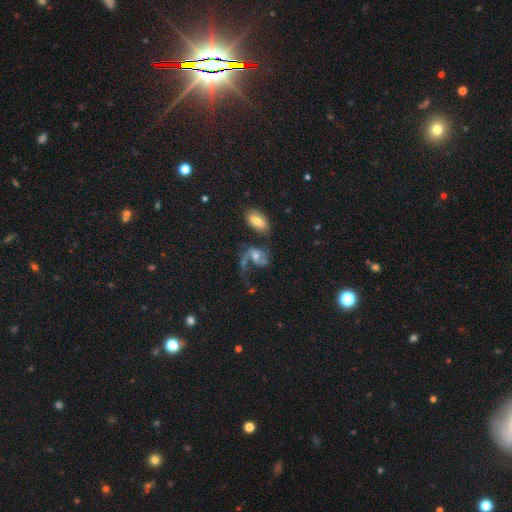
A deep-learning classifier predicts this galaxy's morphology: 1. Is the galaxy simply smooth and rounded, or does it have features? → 63% featured or disk, 26% smooth, 11% star or artifact.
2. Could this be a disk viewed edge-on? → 96% no, 4% yes.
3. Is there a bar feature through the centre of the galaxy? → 62% no, 30% weak, 8% strong.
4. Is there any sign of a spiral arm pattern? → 79% yes, 21% no.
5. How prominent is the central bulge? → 52% moderate, 31% small, 8% large, 7% none, 2% dominant.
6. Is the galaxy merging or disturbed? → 38% major disturbance, 27% none, 21% merger, 14% minor disturbance.